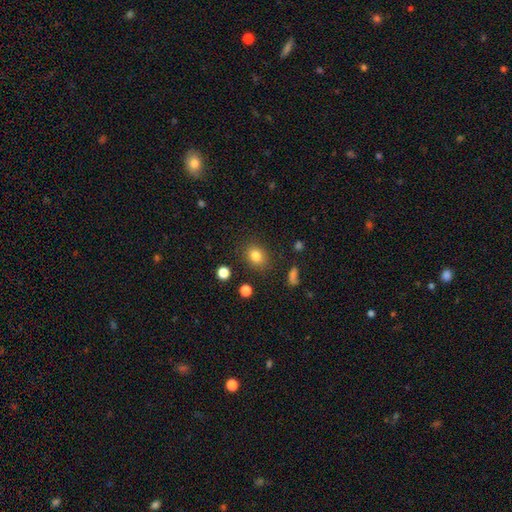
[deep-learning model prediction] A smooth galaxy with no disk features (82%) that is round (55%).

Vote fractions:
- Smooth or featured? smooth: 82% / star or artifact: 11% / featured or disk: 7%
- How rounded? round: 55% / in between: 44% / cigar-shaped: 1%
- Merging? none: 84% / minor disturbance: 10% / major disturbance: 4% / merger: 2%